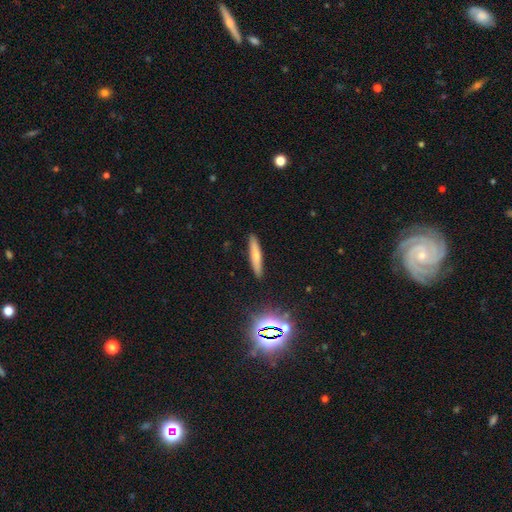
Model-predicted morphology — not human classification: The model was most divided on "smooth or featured": smooth: 63%, featured or disk: 27%, star or artifact: 9%. More confident: merging — none (90%); how rounded — cigar-shaped (89%).